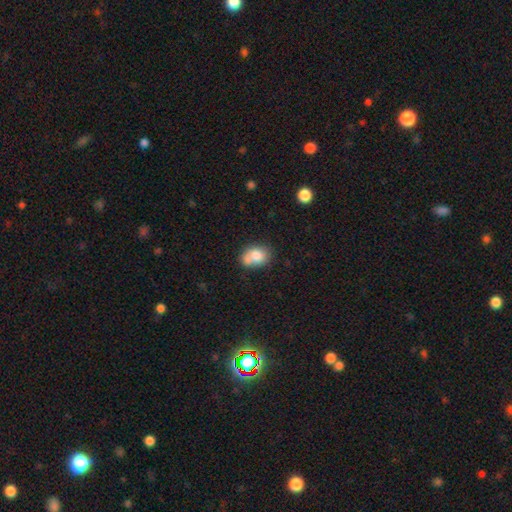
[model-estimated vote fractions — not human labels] Smooth or featured? smooth (76%)
How rounded? in between (66%)
Merging? none (44%)